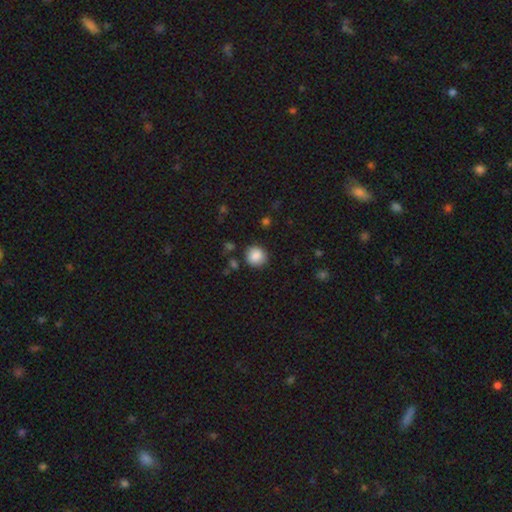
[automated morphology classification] smooth_or_featured: smooth (p=0.87) [alt: star or artifact p=0.09]
how_rounded: round (p=0.89) [alt: in between p=0.10]
merging: none (p=0.85) [alt: minor disturbance p=0.09]